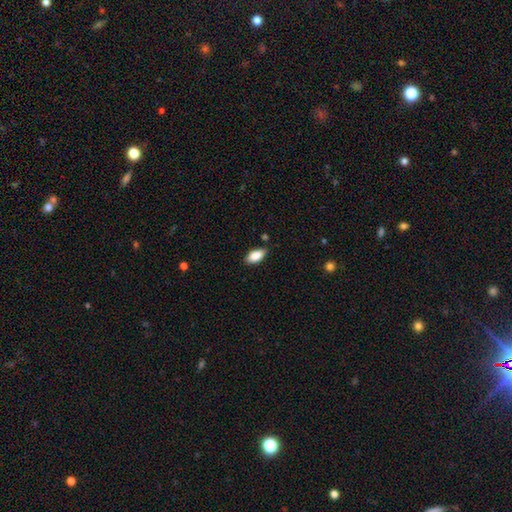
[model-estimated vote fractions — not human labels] This is clearly a smooth galaxy (86%). How rounded: clearly in between (90%). Merging: clearly none (82%).